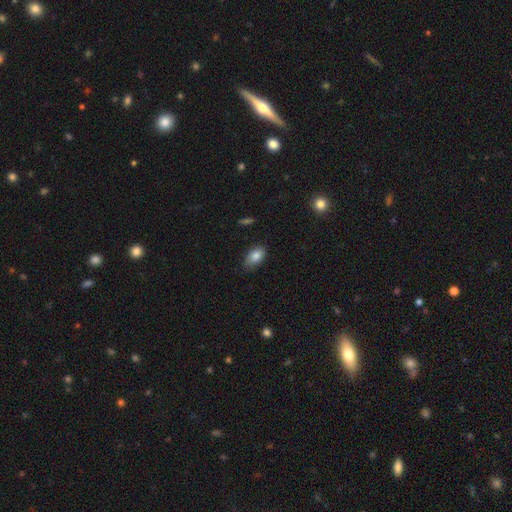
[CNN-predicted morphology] Overall: smooth (84%). How rounded: in between (91%). Merging: none (76%).